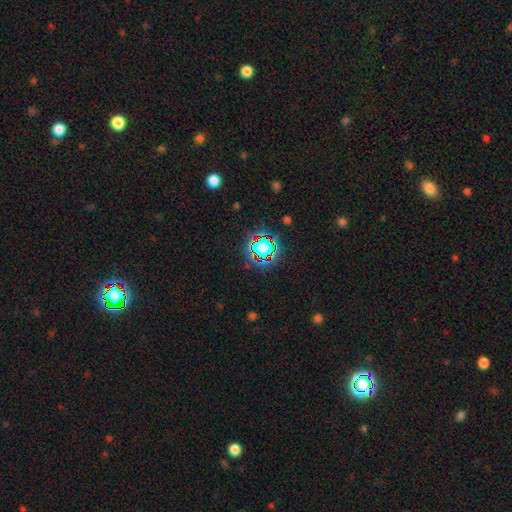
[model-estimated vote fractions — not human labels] Q: Smooth or featured?
A: star or artifact (77%); runner-up: smooth (14%)